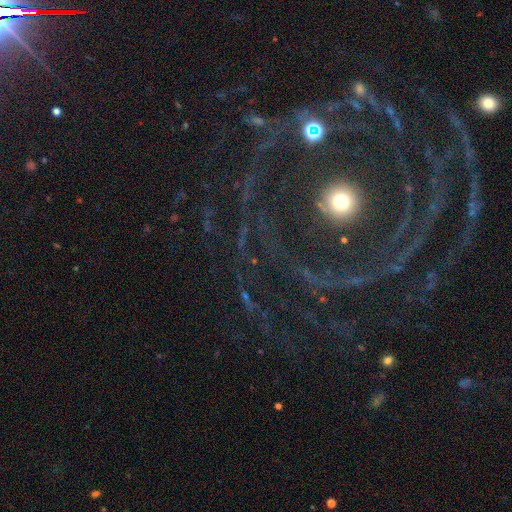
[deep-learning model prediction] Overall: featured or disk (53%; star or artifact 35%). Edge-on disk: no (91%). Merging: none (76%).